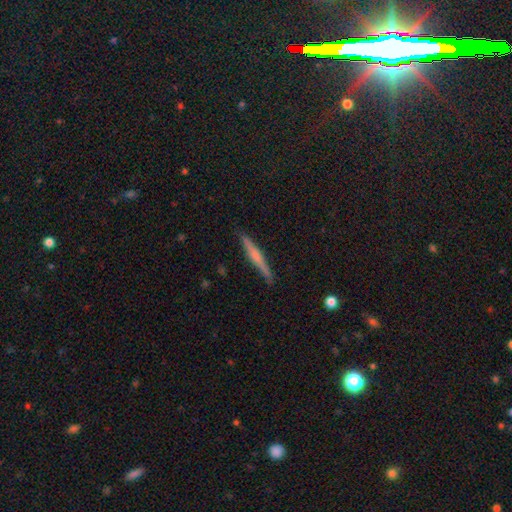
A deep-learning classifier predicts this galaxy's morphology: Smooth or featured?
  - featured or disk: 52% *
  - smooth: 42%
  - star or artifact: 6%
Edge-on disk?
  - yes: 98% *
  - no: 2%
Edge-on bulge?
  - rounded: 44% *
  - none: 40%
  - boxy: 16%
Merging?
  - none: 90% *
  - minor disturbance: 8%
  - major disturbance: 2%
  - merger: 1%